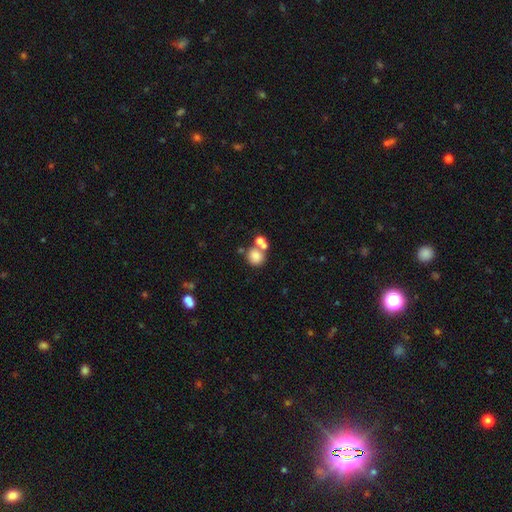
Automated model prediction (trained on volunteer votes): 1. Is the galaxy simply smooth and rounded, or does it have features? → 78% smooth, 11% star or artifact, 11% featured or disk.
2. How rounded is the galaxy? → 80% round, 19% in between, 1% cigar-shaped.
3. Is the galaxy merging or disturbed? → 46% none, 40% merger, 9% minor disturbance, 5% major disturbance.